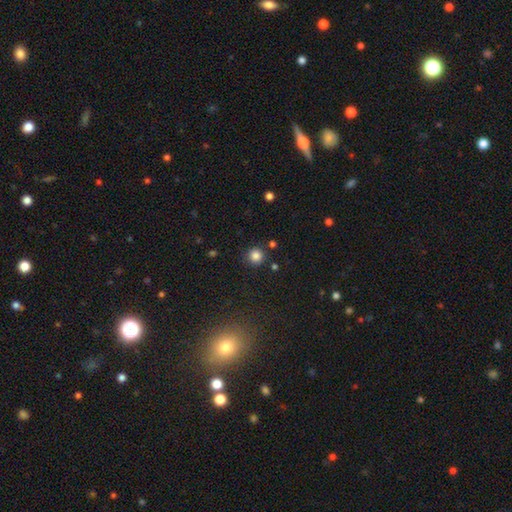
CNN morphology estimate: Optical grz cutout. It shows a smooth galaxy with no disk features (83%) that is round (94%). Merging: none (86%).